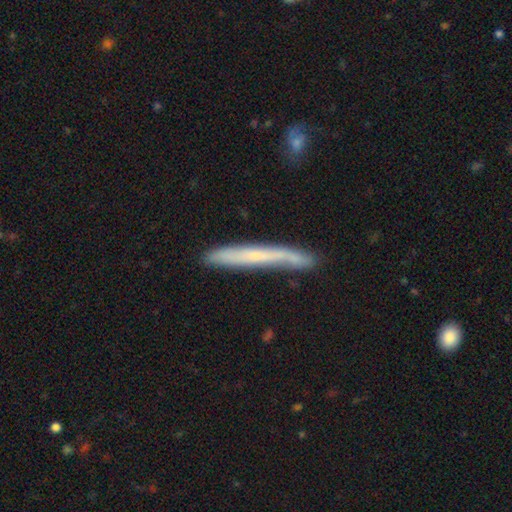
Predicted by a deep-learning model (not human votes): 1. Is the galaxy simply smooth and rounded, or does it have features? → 48% featured or disk, 45% smooth, 7% star or artifact.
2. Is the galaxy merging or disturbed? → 72% none, 20% minor disturbance, 4% merger, 4% major disturbance.